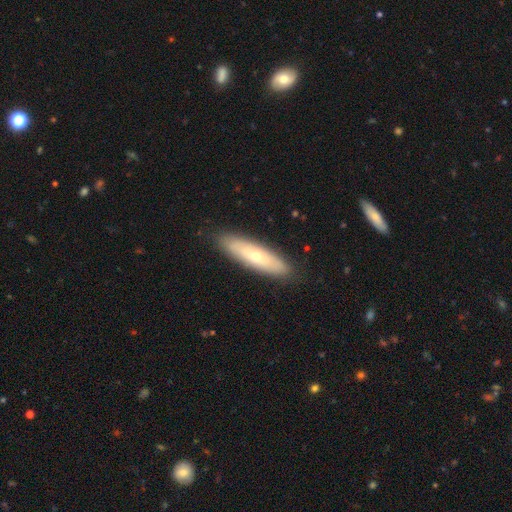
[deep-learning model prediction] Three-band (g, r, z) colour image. It shows a smooth galaxy with no disk features (52%) that is cigar-shaped (64%). Merging: none (88%).